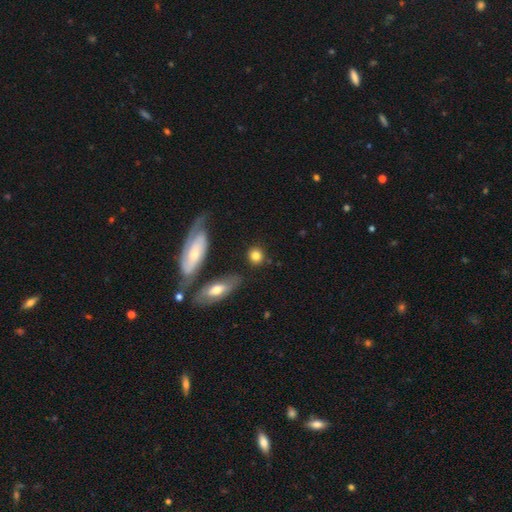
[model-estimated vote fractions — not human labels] Morphology: type=smooth (81%); roundness=round (81%); merging=none (79%).